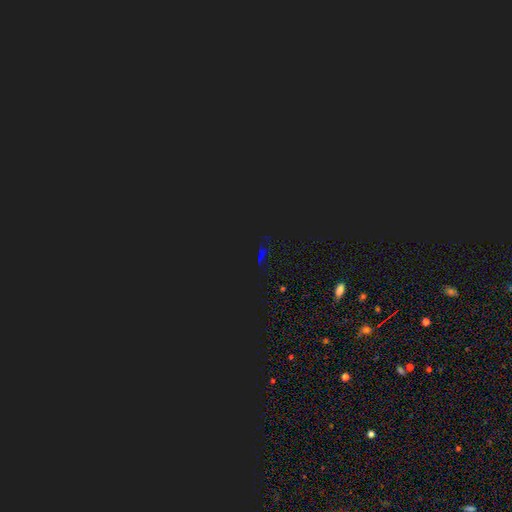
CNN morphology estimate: star or artifact 77%, smooth 15%, featured or disk 8%.